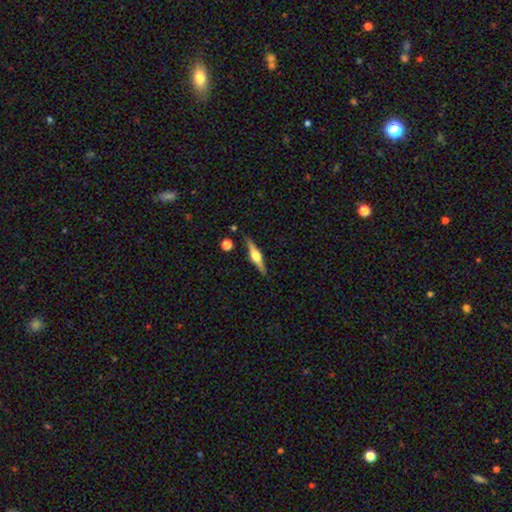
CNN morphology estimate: smooth_or_featured: featured or disk (p=0.70) [alt: smooth p=0.25]
disk_edge_on: yes (p=0.97) [alt: no p=0.03]
edge_on_bulge: rounded (p=0.93) [alt: boxy p=0.05]
merging: none (p=0.87) [alt: minor disturbance p=0.09]